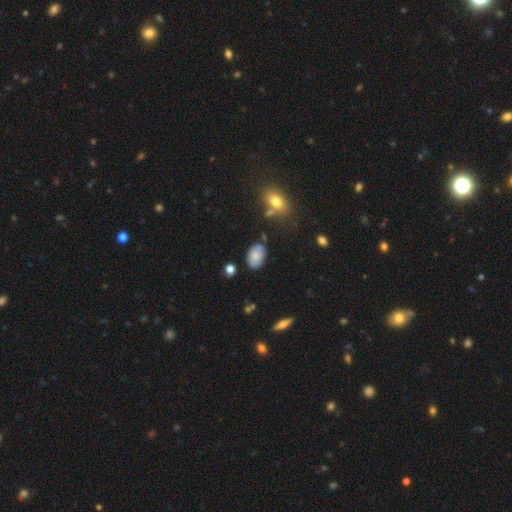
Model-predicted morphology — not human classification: Smooth or featured? Predicted: smooth (p=0.81). How rounded? Predicted: in between (p=0.89). Merging? Predicted: none (p=0.73).